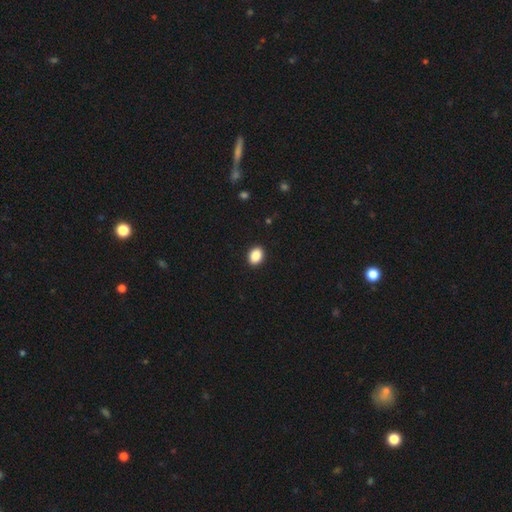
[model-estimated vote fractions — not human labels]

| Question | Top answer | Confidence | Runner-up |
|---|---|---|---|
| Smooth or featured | smooth | 88% | star or artifact (8%) |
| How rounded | in between | 68% | round (31%) |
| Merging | none | 92% | minor disturbance (6%) |